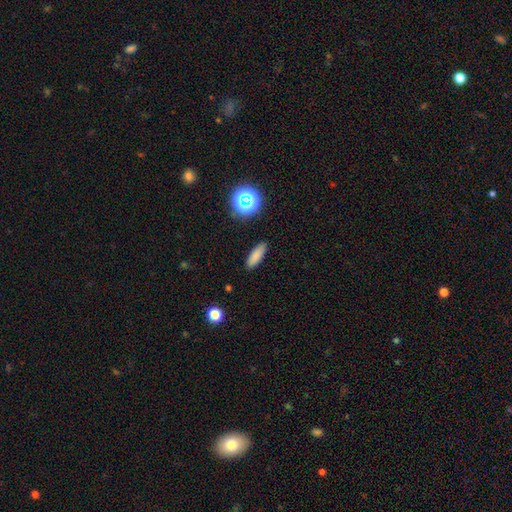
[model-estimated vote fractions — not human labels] Morphology: type=smooth (81%); roundness=in between (52%); merging=none (89%).